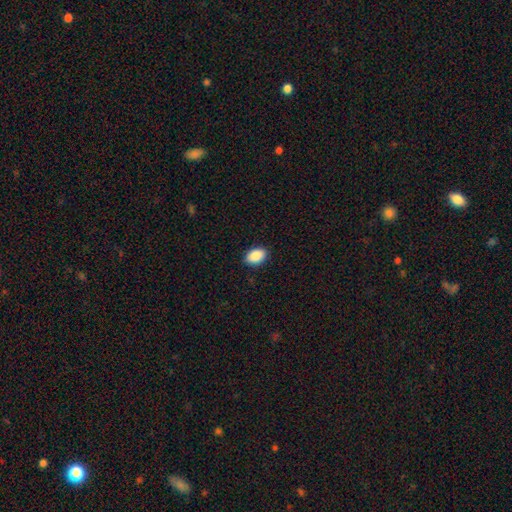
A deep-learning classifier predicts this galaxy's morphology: Smooth or featured? Predicted: smooth (p=0.89). How rounded? Predicted: in between (p=0.87). Merging? Predicted: none (p=0.89).